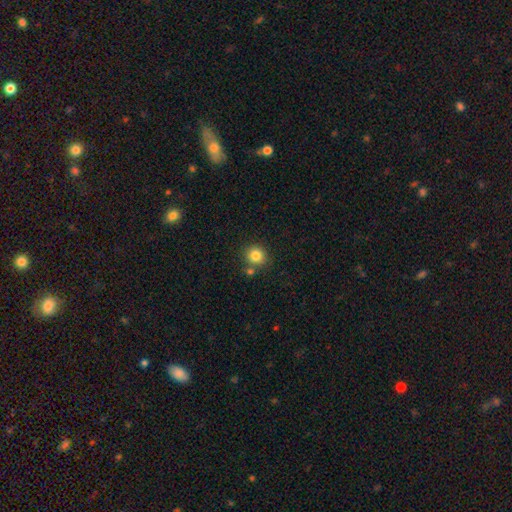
smooth-or-featured: smooth: 89% | star or artifact: 8% | featured or disk: 3%
  how-rounded: round: 91% | in between: 6% | cigar-shaped: 3%
  merging: none: 69% | merger: 14% | minor disturbance: 11% | major disturbance: 6%